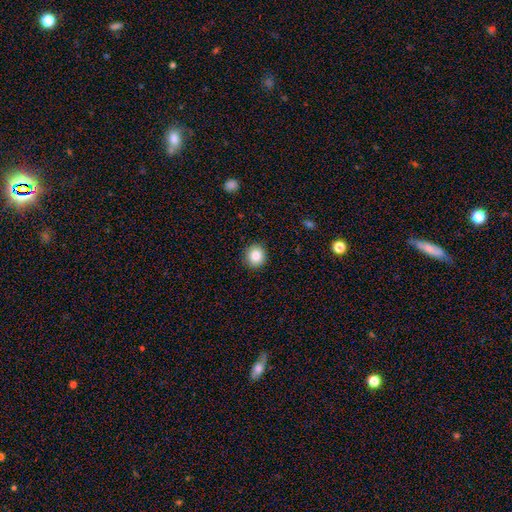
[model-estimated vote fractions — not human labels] Smooth or featured: smooth — 86% (star or artifact — 9%)
How rounded: round — 89% (in between — 11%)
Merging: none — 91% (minor disturbance — 6%)